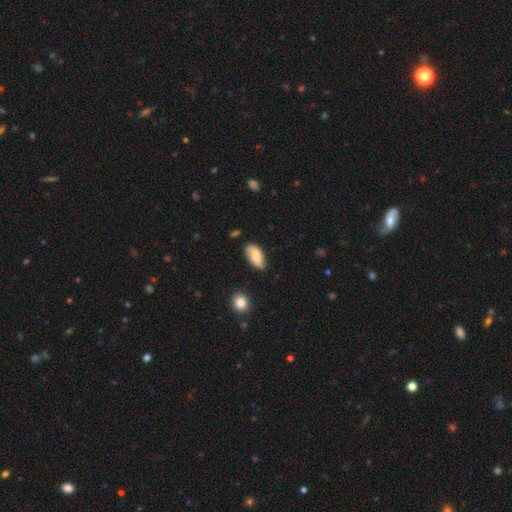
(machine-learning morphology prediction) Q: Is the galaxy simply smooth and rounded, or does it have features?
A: smooth — 75%.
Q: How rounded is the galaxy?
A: in between — 93%.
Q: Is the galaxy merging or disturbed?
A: none — 70%.